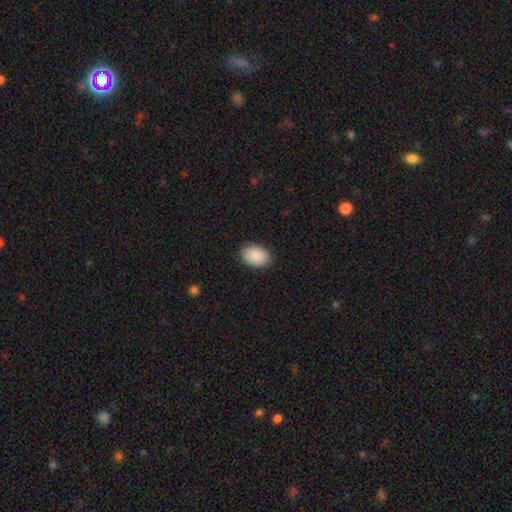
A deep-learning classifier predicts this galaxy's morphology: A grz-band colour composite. It shows a smooth galaxy with no disk features (91%) that is in between round and cigar-shaped (85%). Merging: none (89%).